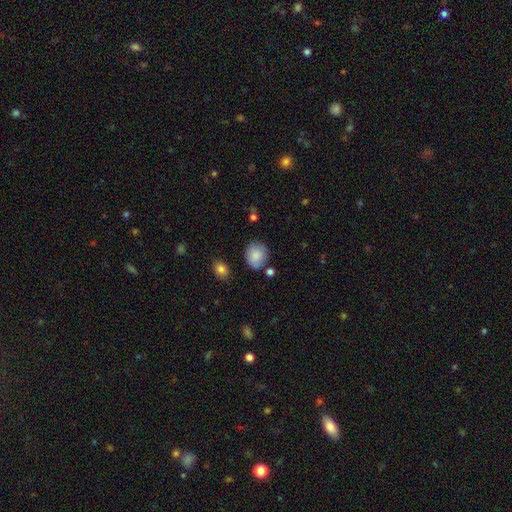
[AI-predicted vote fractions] Overall: smooth (86%). How rounded: round (70%). Merging: none (74%).